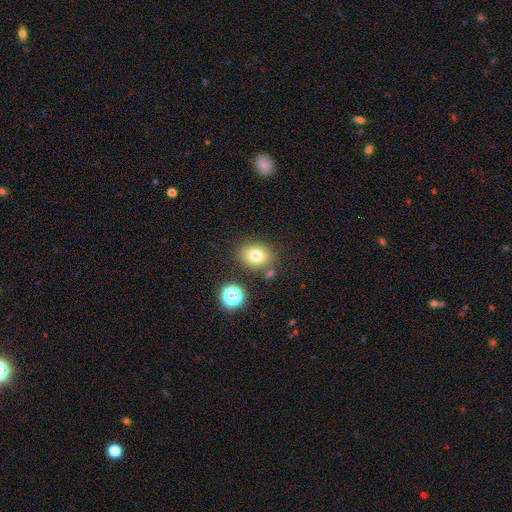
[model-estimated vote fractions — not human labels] Smooth or featured?
  - smooth: 76% *
  - star or artifact: 13%
  - featured or disk: 10%
How rounded?
  - in between: 54% *
  - round: 45%
  - cigar-shaped: 1%
Merging?
  - none: 79% *
  - minor disturbance: 11%
  - merger: 6%
  - major disturbance: 4%